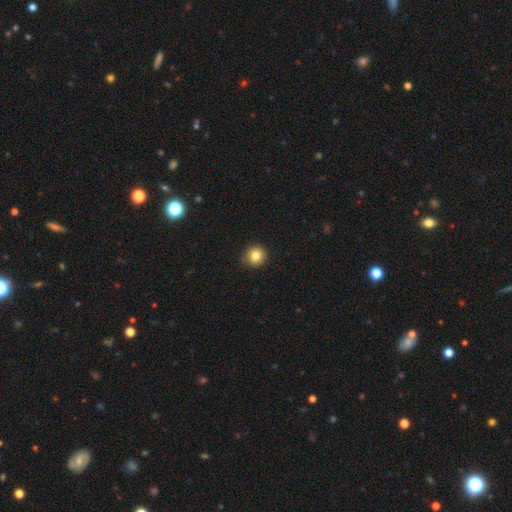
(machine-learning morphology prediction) Q: Smooth or featured?
A: smooth (81%); runner-up: star or artifact (11%)
Q: How rounded?
A: round (95%); runner-up: in between (4%)
Q: Merging?
A: none (89%); runner-up: minor disturbance (8%)